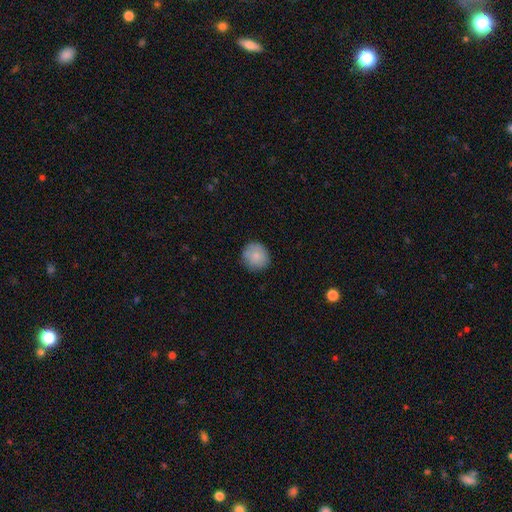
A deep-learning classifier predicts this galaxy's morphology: Smooth or featured?
  - smooth: 84% *
  - featured or disk: 8%
  - star or artifact: 7%
How rounded?
  - round: 89% *
  - in between: 10%
  - cigar-shaped: 1%
Merging?
  - none: 84% *
  - minor disturbance: 13%
  - major disturbance: 3%
  - merger: 1%